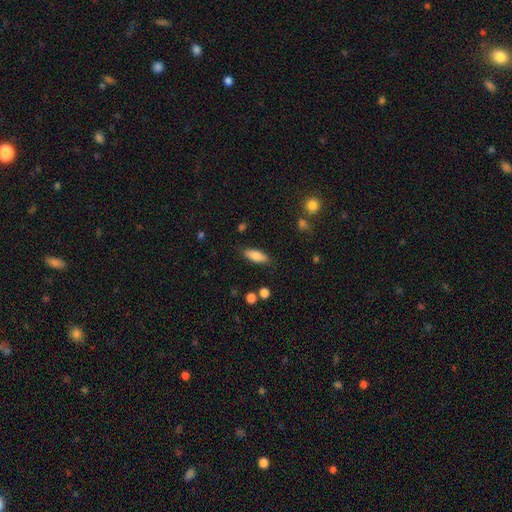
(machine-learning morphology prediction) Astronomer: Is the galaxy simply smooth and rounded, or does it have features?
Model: smooth — 80%.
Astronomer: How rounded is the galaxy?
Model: in between — 72%.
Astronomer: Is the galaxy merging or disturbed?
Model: none — 84%.